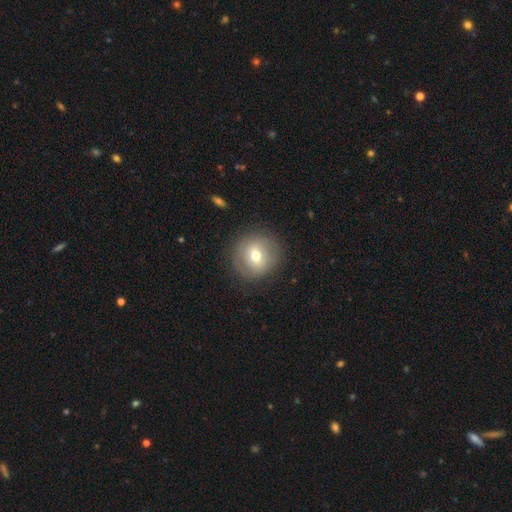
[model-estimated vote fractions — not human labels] This appears to be a smooth galaxy with no disk features (65%) that is round (91%). Merging: none (85%).